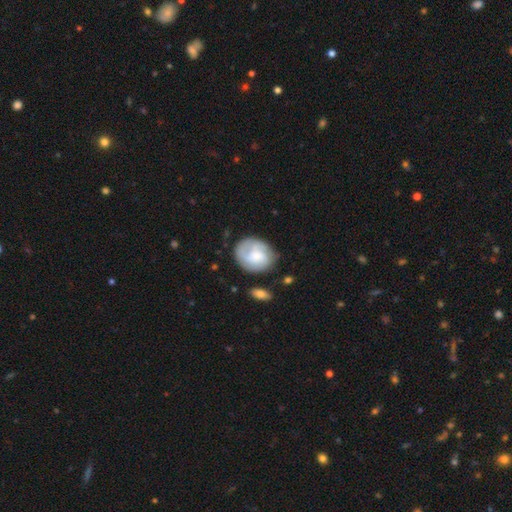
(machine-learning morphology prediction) Smooth or featured? featured or disk (52%)
Edge-on disk? no (97%)
Bar? no (62%)
Spiral arms? yes (83%)
Bulge size? small (46%)
Merging? none (65%)